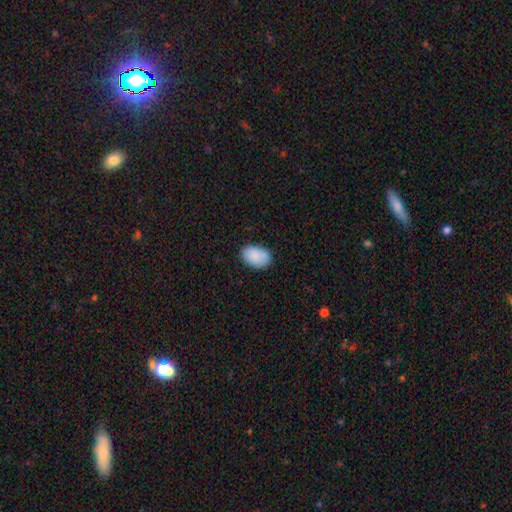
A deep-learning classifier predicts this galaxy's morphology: A smooth galaxy with no disk features (88%) that is in between round and cigar-shaped (89%). Merging: none (80%).